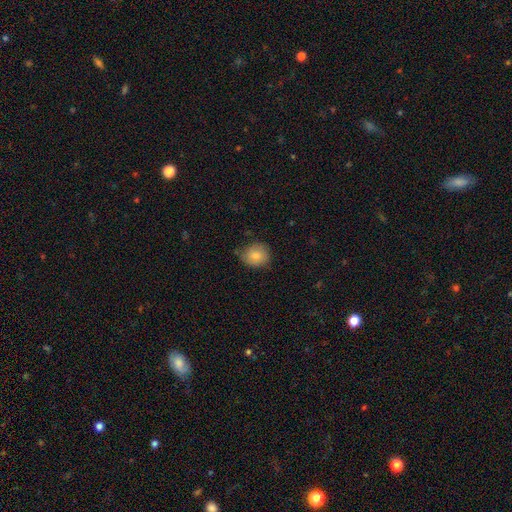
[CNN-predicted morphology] Q: Smooth or featured?
A: smooth (81%); runner-up: featured or disk (11%)
Q: How rounded?
A: round (82%); runner-up: in between (17%)
Q: Merging?
A: none (73%); runner-up: minor disturbance (22%)